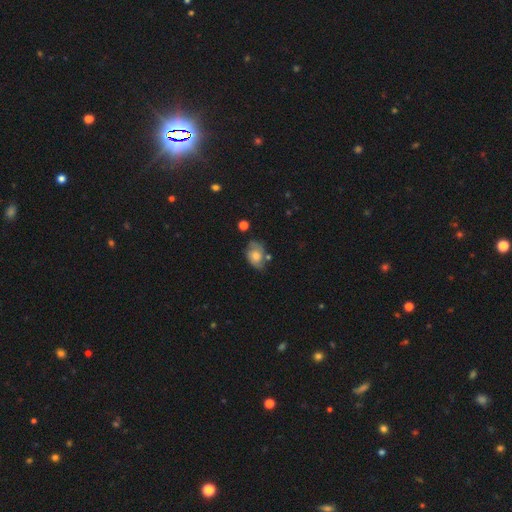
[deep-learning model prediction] Smooth or featured?
  - smooth: 54% *
  - featured or disk: 38%
  - star or artifact: 9%
How rounded?
  - in between: 79% *
  - round: 20%
  - cigar-shaped: 1%
Merging?
  - none: 55% *
  - minor disturbance: 29%
  - major disturbance: 9%
  - merger: 7%